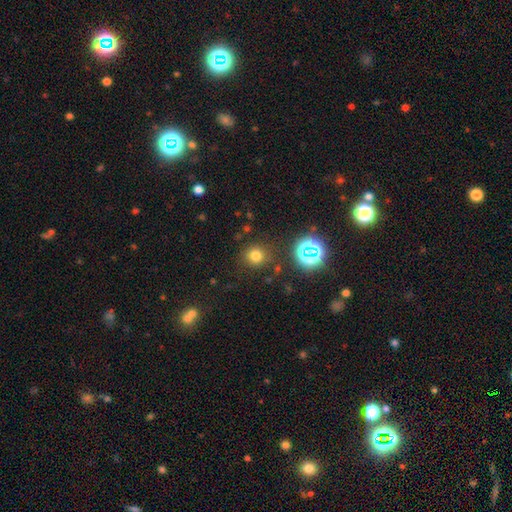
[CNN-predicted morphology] Smooth or featured?
  - smooth: 71% *
  - star or artifact: 22%
  - featured or disk: 7%
How rounded?
  - round: 89% *
  - in between: 10%
  - cigar-shaped: 1%
Merging?
  - none: 83% *
  - minor disturbance: 10%
  - major disturbance: 4%
  - merger: 3%